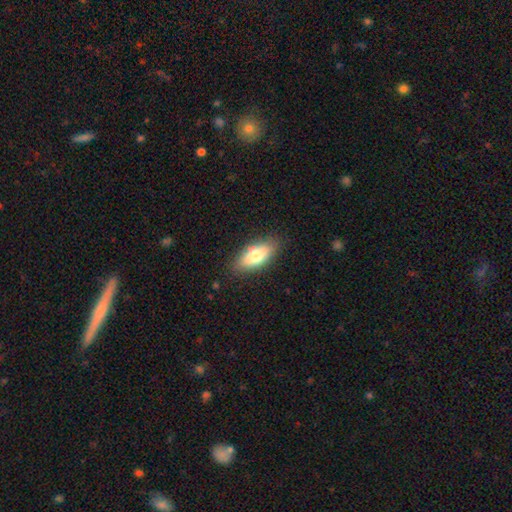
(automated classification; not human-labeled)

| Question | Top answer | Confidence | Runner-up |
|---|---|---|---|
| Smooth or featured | smooth | 75% | featured or disk (18%) |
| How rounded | in between | 83% | cigar-shaped (14%) |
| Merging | none | 83% | minor disturbance (12%) |